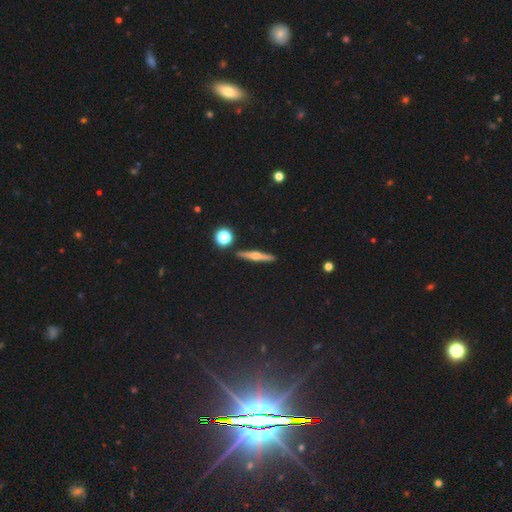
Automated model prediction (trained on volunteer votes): A featured or disk galaxy (59%) viewed edge-on (96%) with a rounded central bulge (89%). Merging: none (90%).